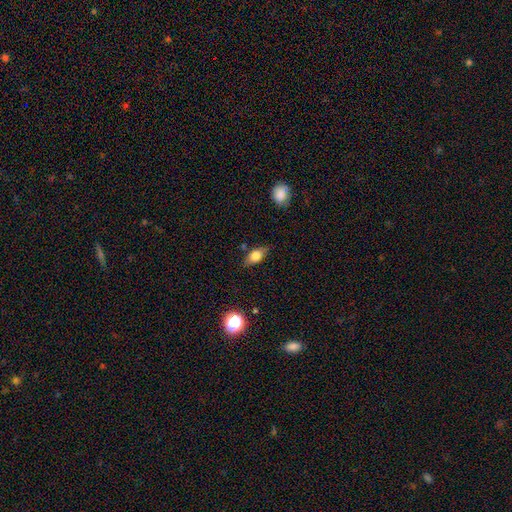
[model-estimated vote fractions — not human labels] smooth_or_featured: smooth (p=0.72) [alt: featured or disk p=0.19]
how_rounded: in between (p=0.80) [alt: cigar-shaped p=0.11]
merging: none (p=0.76) [alt: minor disturbance p=0.18]